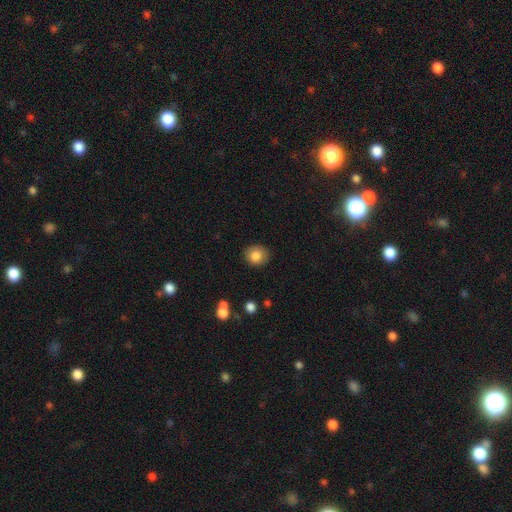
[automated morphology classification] A smooth galaxy with no disk features (83%) that is round (77%). Merging: none (87%).